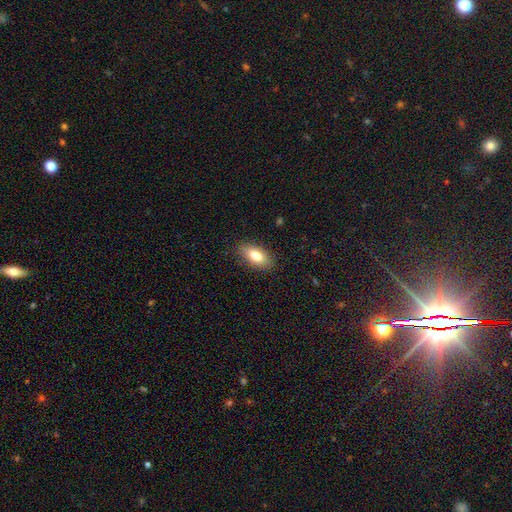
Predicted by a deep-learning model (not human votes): Overall: smooth (80%). How rounded: in between (87%). Merging: none (87%).